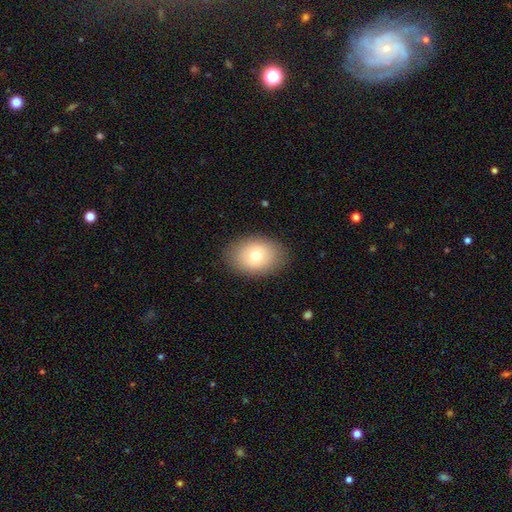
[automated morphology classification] A smooth galaxy with no disk features (75%) that is in between round and cigar-shaped (72%). Merging: none (86%).